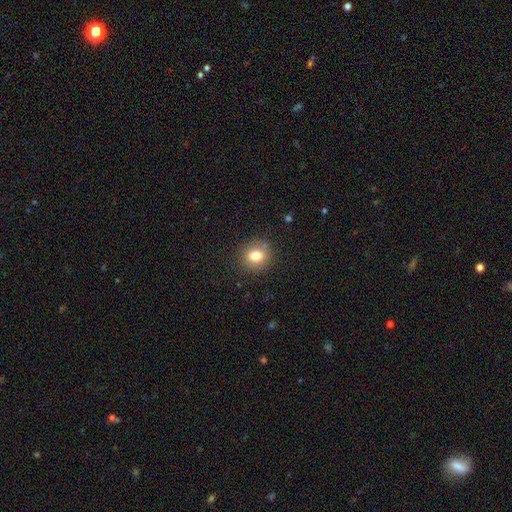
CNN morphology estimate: type=smooth (81%); roundness=round (72%); merging=none (85%).